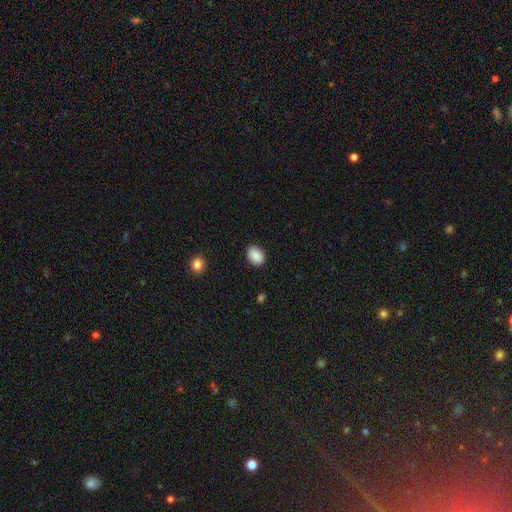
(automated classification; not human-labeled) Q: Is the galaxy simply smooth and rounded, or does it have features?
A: smooth — 89%.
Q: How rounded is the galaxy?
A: in between — 65%.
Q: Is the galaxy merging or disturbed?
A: none — 87%.